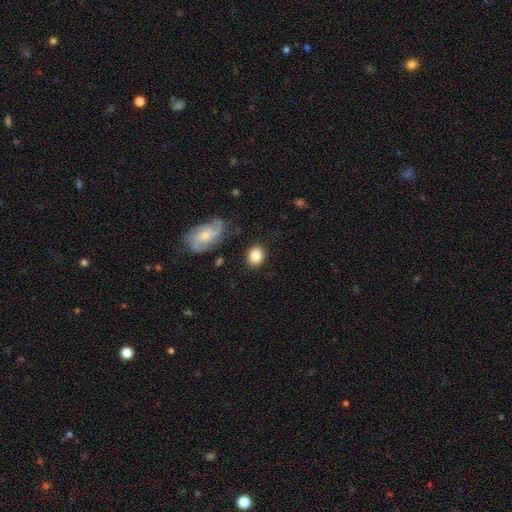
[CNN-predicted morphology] smooth 83%, featured or disk 10%, star or artifact 7%. Down the decision tree: how rounded — in between (50%); merging — none (81%).